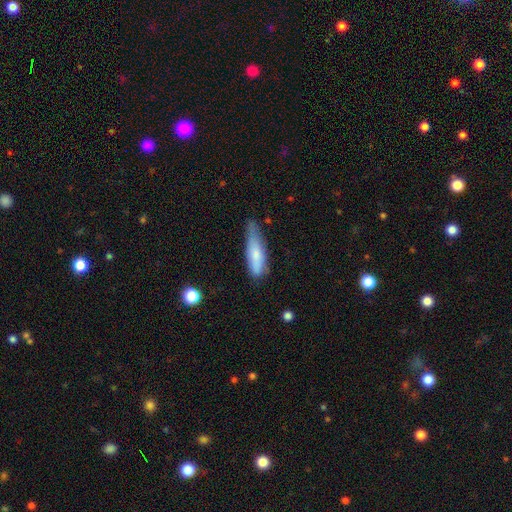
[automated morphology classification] Q: Smooth or featured?
A: smooth (74%); runner-up: featured or disk (19%)
Q: How rounded?
A: cigar-shaped (60%); runner-up: in between (38%)
Q: Merging?
A: minor disturbance (42%); tied with: none (42%)